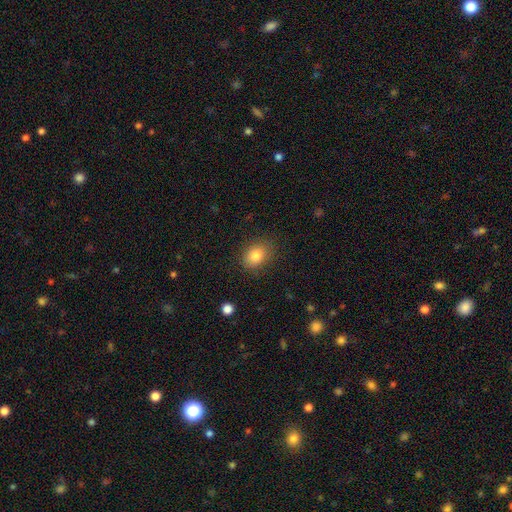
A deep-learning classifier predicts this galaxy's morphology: smooth-or-featured: smooth: 83% | star or artifact: 10% | featured or disk: 7%
  how-rounded: in between: 62% | round: 37% | cigar-shaped: 1%
  merging: none: 83% | minor disturbance: 12% | major disturbance: 4% | merger: 1%